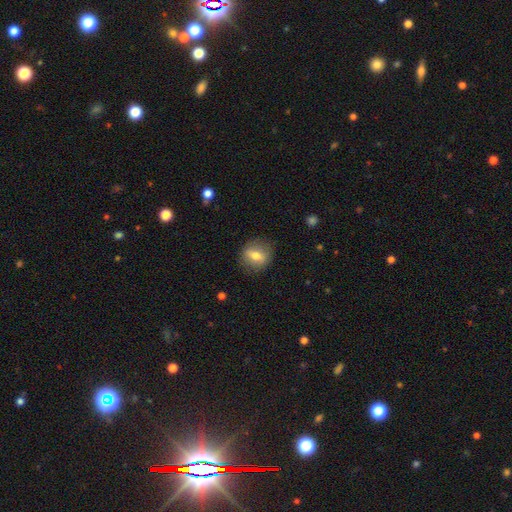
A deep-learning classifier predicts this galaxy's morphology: This appears to be a smooth galaxy with no disk features (64%) that is round (66%). Merging: none (83%).